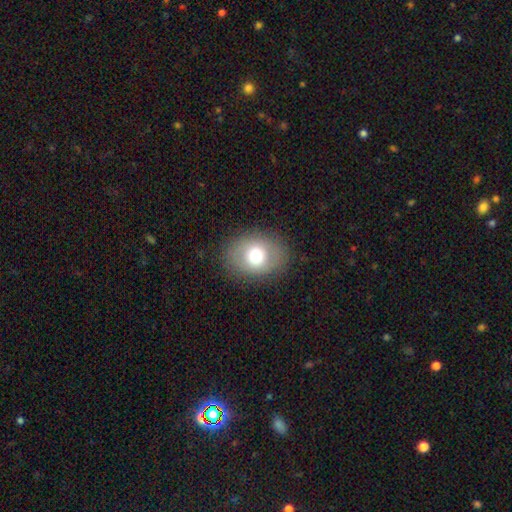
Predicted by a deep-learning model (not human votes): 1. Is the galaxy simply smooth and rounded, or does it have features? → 69% smooth, 21% featured or disk, 10% star or artifact.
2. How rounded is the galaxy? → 59% in between, 40% round, 1% cigar-shaped.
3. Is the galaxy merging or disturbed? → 84% none, 10% minor disturbance, 4% major disturbance, 1% merger.